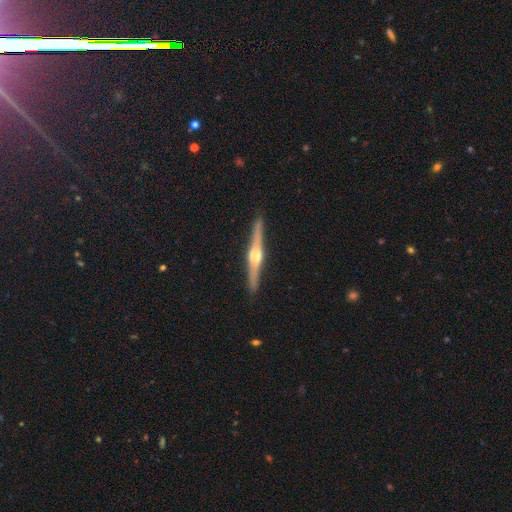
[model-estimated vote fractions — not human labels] smooth-or-featured: featured or disk: 80% | smooth: 14% | star or artifact: 5%
  disk-edge-on: yes: 98% | no: 2%
    edge-on-bulge: rounded: 87% | boxy: 9% | none: 3%
  merging: none: 91% | minor disturbance: 7% | major disturbance: 1% | merger: 1%